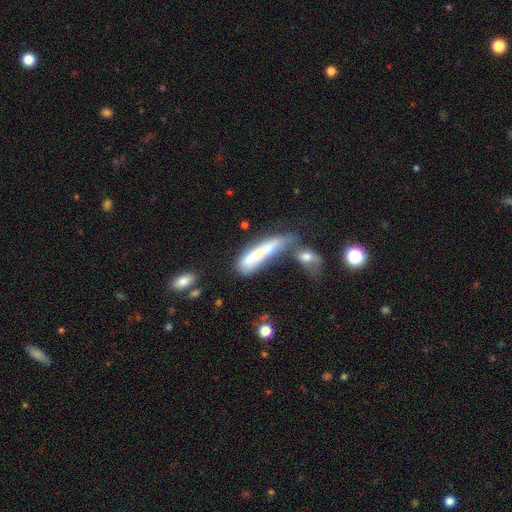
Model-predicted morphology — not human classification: smooth 52%, featured or disk 39%, star or artifact 9%. Down the decision tree: how rounded — cigar-shaped (53%); merging — merger (59%).